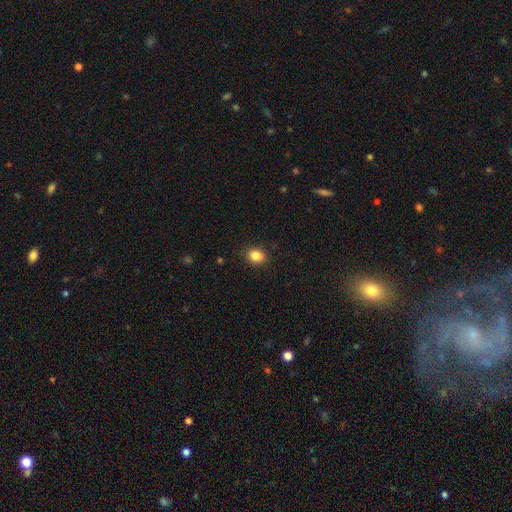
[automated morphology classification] Q: Smooth or featured?
A: smooth (85%); runner-up: star or artifact (10%)
Q: How rounded?
A: in between (51%); runner-up: round (48%)
Q: Merging?
A: none (87%); runner-up: minor disturbance (9%)